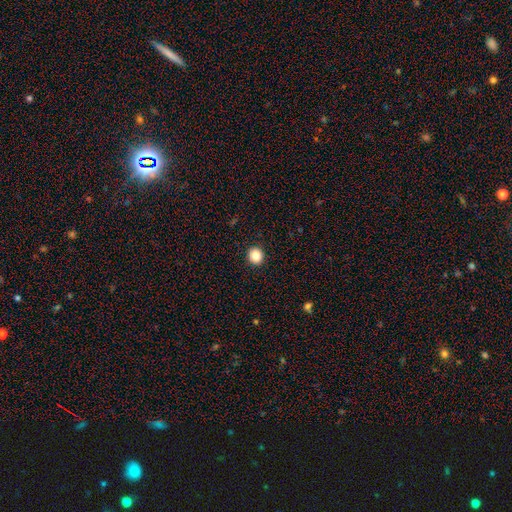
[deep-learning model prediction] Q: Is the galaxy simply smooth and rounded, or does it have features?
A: smooth — 85%.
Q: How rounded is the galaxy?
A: round — 87%.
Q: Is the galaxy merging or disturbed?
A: none — 93%.